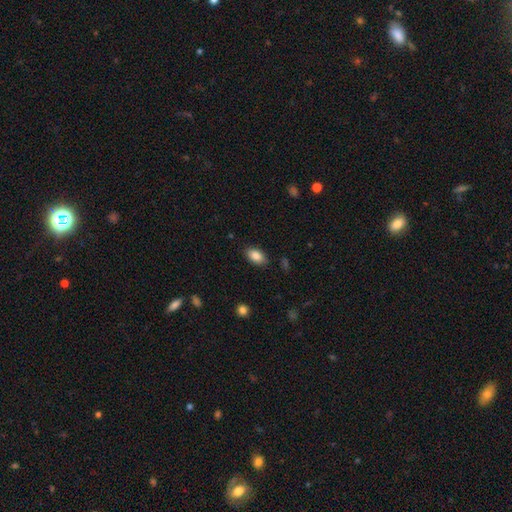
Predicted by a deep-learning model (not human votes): Smooth or featured: smooth — 87% (star or artifact — 8%)
How rounded: in between — 91% (round — 7%)
Merging: none — 86% (minor disturbance — 10%)